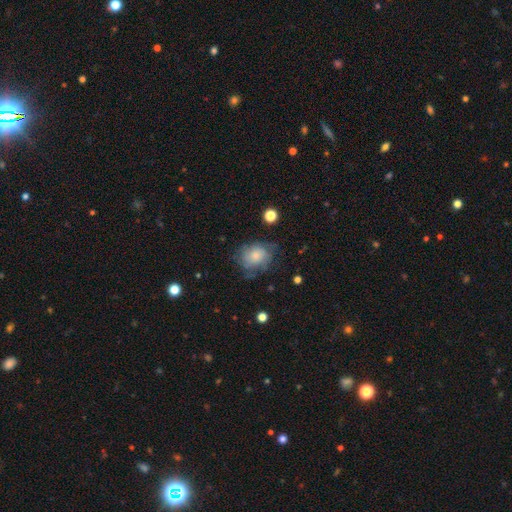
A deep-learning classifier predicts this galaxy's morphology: Overall: smooth (53%; featured or disk 37%). How rounded: round (53%; in between 46%). Merging: none (55%; minor disturbance 27%).